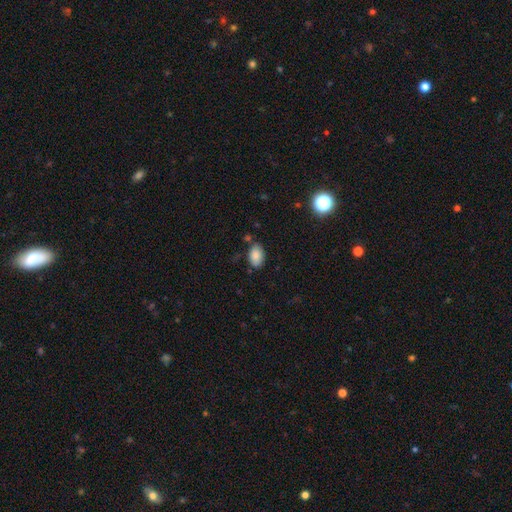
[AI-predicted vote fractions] This is clearly a smooth galaxy (86%). How rounded: clearly in between (90%). Merging: likely none (76%).